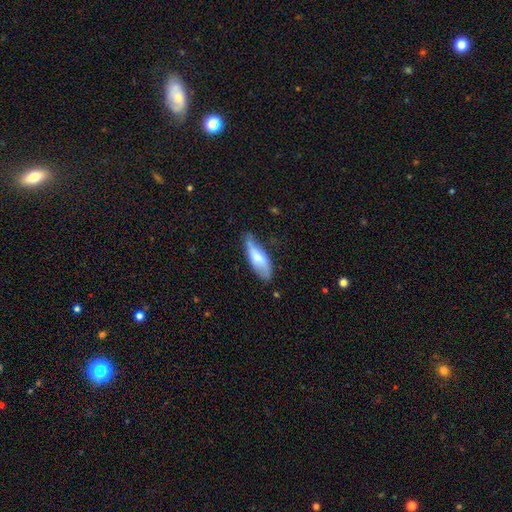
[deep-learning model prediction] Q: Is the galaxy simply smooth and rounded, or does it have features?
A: smooth — 57%.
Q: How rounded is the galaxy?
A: in between — 60%.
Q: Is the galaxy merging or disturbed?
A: none — 57%.